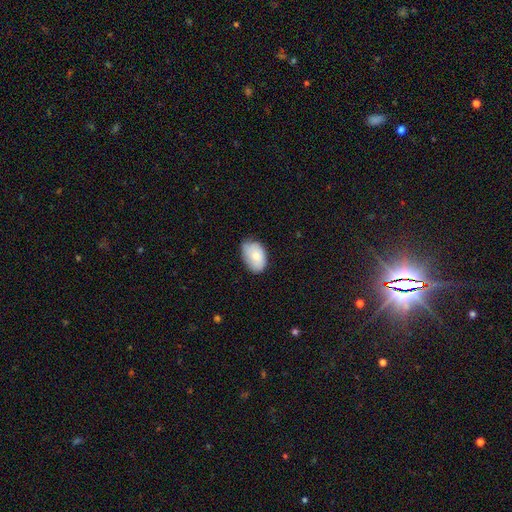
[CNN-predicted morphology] smooth 75%, featured or disk 18%, star or artifact 7%. Down the decision tree: how rounded — in between (88%); merging — none (60%).